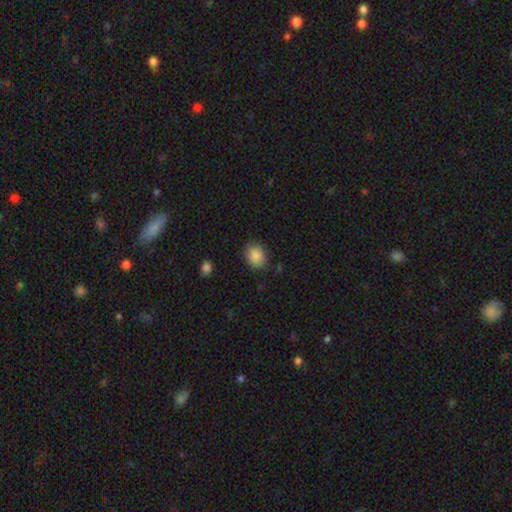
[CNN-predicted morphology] type=smooth (88%); roundness=in between (52%); merging=none (82%).